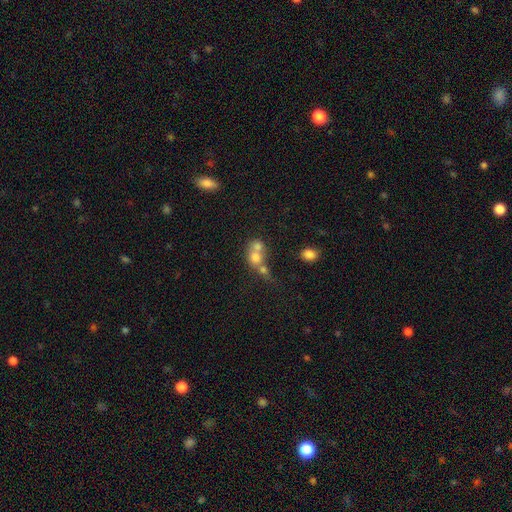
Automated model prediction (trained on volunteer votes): A smooth galaxy with no disk features (67%) that is round (66%).

Vote fractions:
- Smooth or featured? smooth: 67% / featured or disk: 21% / star or artifact: 12%
- How rounded? round: 66% / in between: 33% / cigar-shaped: 2%
- Merging? merger: 68% / none: 21% / minor disturbance: 6% / major disturbance: 5%